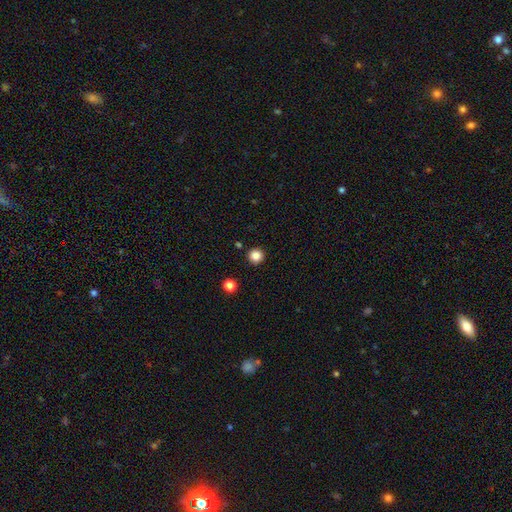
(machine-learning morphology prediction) A smooth galaxy with no disk features (85%) that is round (95%).

Vote fractions:
- Smooth or featured? smooth: 85% / star or artifact: 12% / featured or disk: 4%
- How rounded? round: 95% / in between: 4% / cigar-shaped: 1%
- Merging? none: 92% / minor disturbance: 5% / merger: 2% / major disturbance: 2%